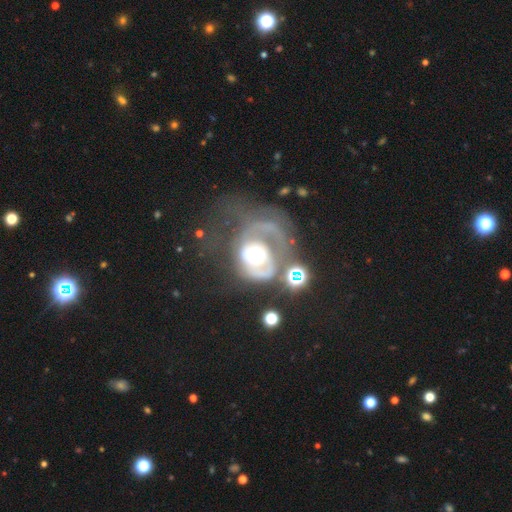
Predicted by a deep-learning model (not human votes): Smooth or featured: featured or disk — 65% (smooth — 25%)
Edge-on disk: no — 97% (yes — 3%)
Bar: no — 79% (weak — 15%)
Spiral arms: yes — 55% (no — 45%)
Bulge size: moderate — 53% (large — 32%)
Merging: major disturbance — 56% (none — 20%)